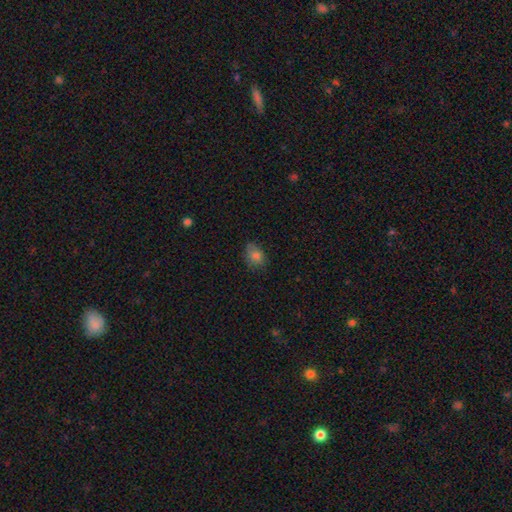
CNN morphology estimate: smooth 79%, star or artifact 11%, featured or disk 10%. Down the decision tree: how rounded — in between (67%); merging — none (64%).